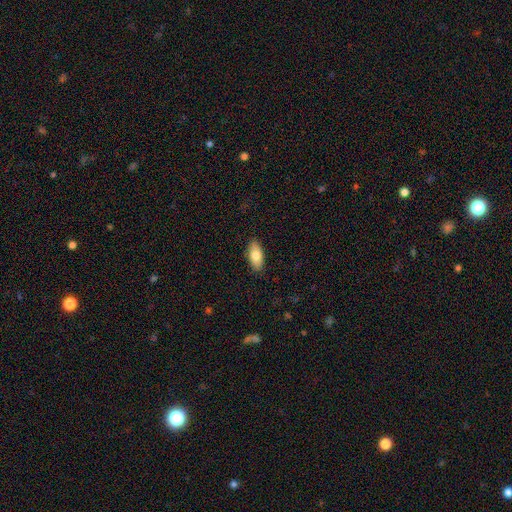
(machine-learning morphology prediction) smooth_or_featured: smooth (p=0.78) [alt: featured or disk p=0.16]
how_rounded: in between (p=0.89) [alt: cigar-shaped p=0.08]
merging: none (p=0.89) [alt: minor disturbance p=0.09]